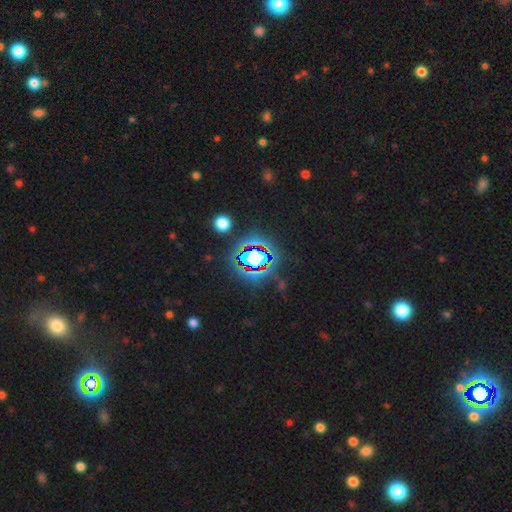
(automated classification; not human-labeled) Smooth or featured? Predicted: star or artifact (p=0.67).